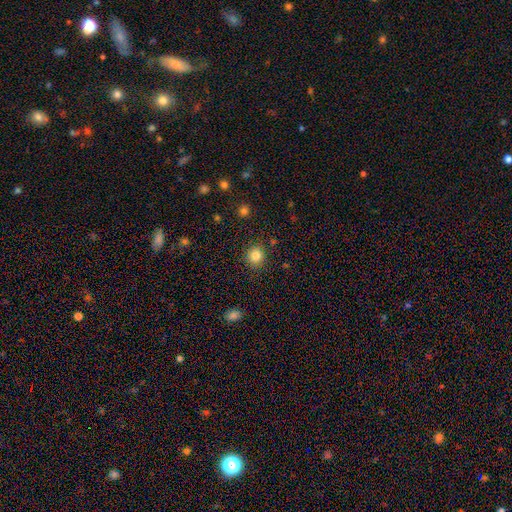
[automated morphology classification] The model was most divided on "smooth or featured": smooth: 84%, star or artifact: 11%, featured or disk: 5%. More confident: how rounded — round (90%); merging — none (88%).